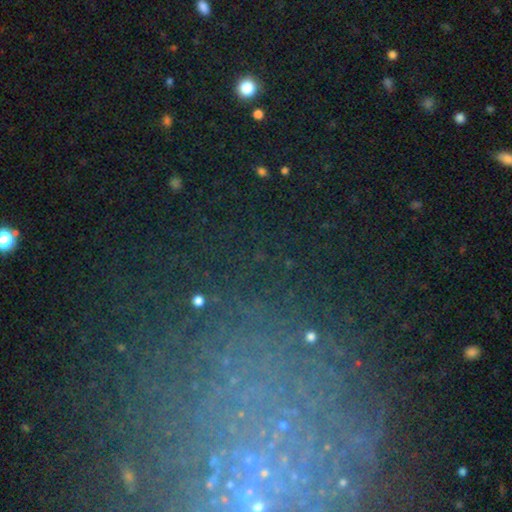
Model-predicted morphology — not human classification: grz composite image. It shows a star or artifact, not a galaxy (56%).